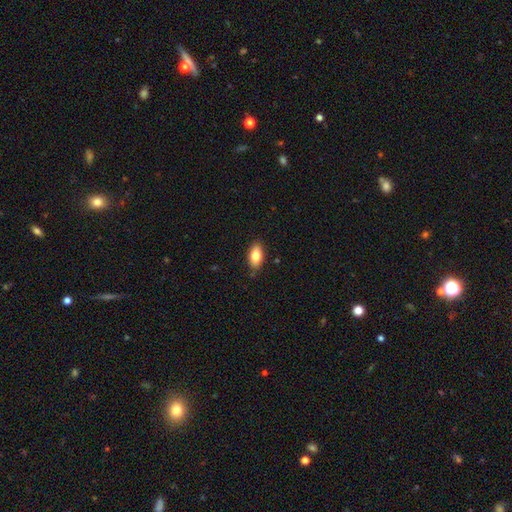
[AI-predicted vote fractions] Smooth or featured?
  - smooth: 82% *
  - featured or disk: 11%
  - star or artifact: 7%
How rounded?
  - in between: 90% *
  - cigar-shaped: 6%
  - round: 4%
Merging?
  - none: 83% *
  - minor disturbance: 13%
  - major disturbance: 2%
  - merger: 1%